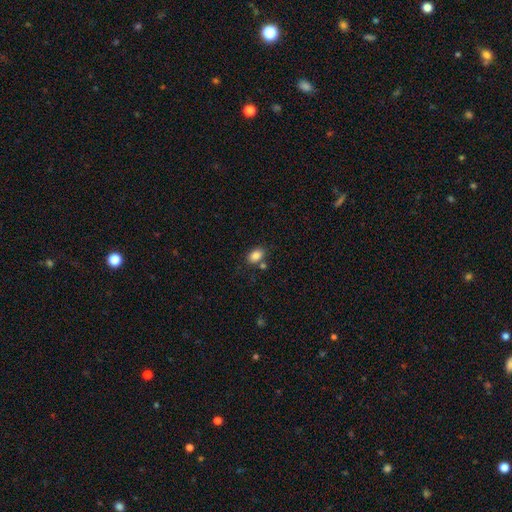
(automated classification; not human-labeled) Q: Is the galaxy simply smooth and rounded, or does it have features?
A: smooth — 85%.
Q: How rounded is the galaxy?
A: in between — 81%.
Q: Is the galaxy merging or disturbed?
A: none — 72%.